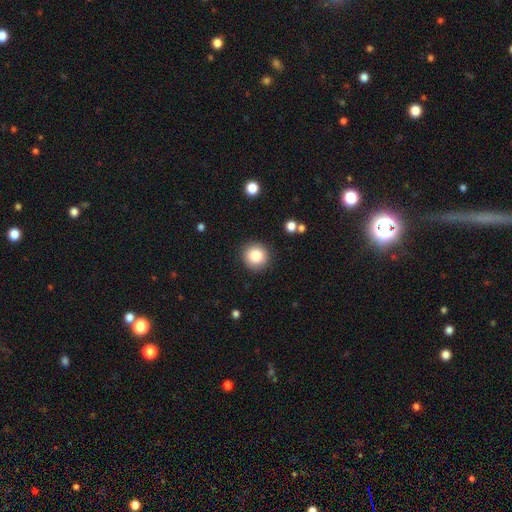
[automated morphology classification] This appears to be a smooth galaxy with no disk features (85%) that is round (92%). Merging: none (89%).